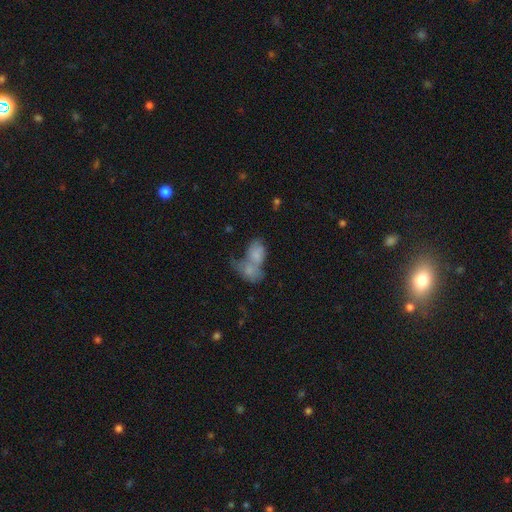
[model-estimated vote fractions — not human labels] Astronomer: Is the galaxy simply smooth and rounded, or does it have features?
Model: smooth — 65%.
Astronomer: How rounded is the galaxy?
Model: in between — 84%.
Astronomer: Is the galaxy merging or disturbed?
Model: merger — 71%.